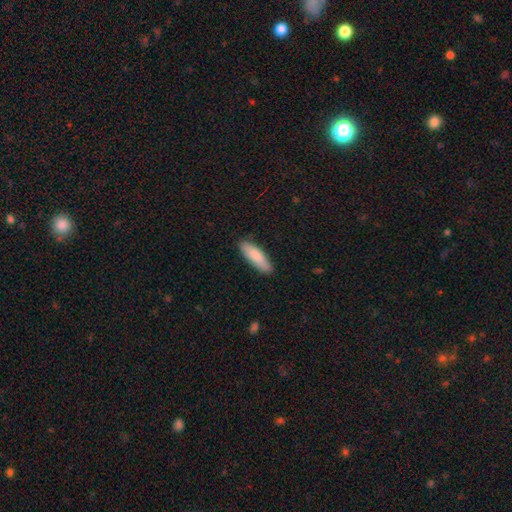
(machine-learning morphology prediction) Overall: smooth (85%). How rounded: in between (50%; cigar-shaped 48%). Merging: none (87%).